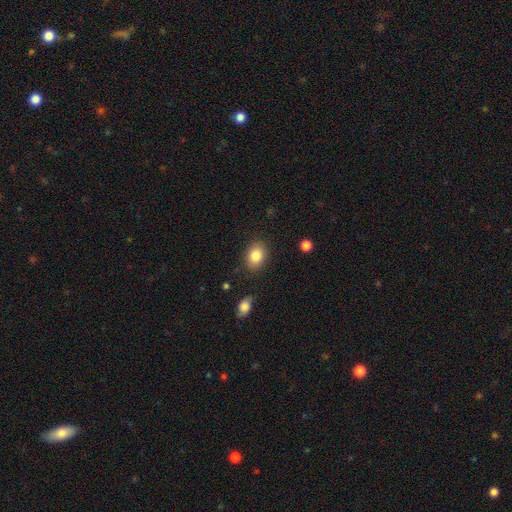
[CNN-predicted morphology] This is clearly a smooth galaxy (84%). How rounded: likely in between (69%). Merging: clearly none (85%).